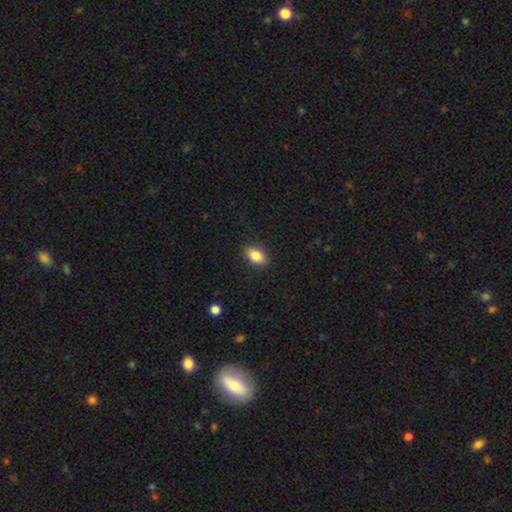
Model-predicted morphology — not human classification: This is clearly a smooth galaxy (85%). How rounded: clearly in between (88%). Merging: clearly none (89%).